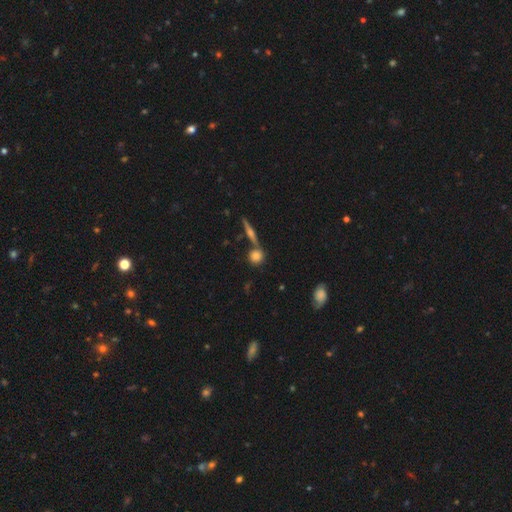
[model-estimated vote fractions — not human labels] smooth 73%, featured or disk 17%, star or artifact 10%. Down the decision tree: how rounded — round (84%); merging — none (72%).